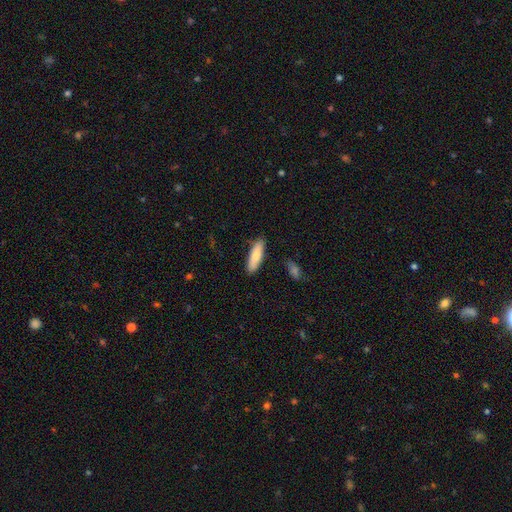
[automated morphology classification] smooth-or-featured: smooth: 76% | featured or disk: 18% | star or artifact: 6%
  how-rounded: cigar-shaped: 61% | in between: 37% | round: 2%
  merging: none: 87% | minor disturbance: 9% | major disturbance: 2% | merger: 2%